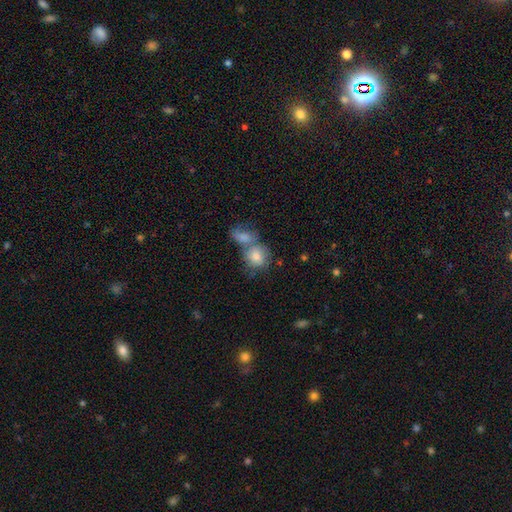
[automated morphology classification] smooth_or_featured: smooth (p=0.72) [alt: featured or disk p=0.17]
how_rounded: round (p=0.64) [alt: in between p=0.34]
merging: merger (p=0.54) [alt: none p=0.31]